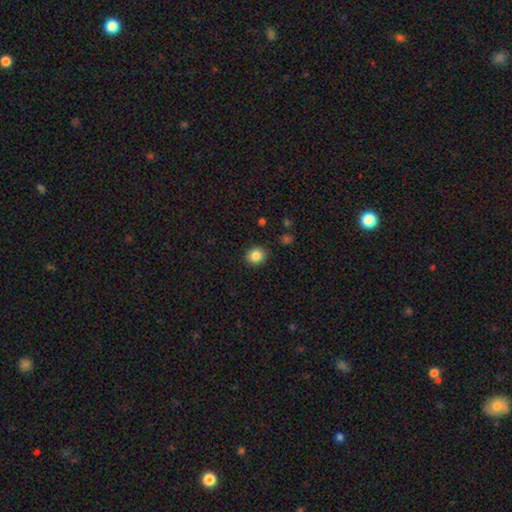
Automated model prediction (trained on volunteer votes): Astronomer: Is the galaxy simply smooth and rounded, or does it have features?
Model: smooth — 85%.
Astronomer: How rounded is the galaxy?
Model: round — 80%.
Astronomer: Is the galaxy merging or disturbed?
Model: none — 89%.